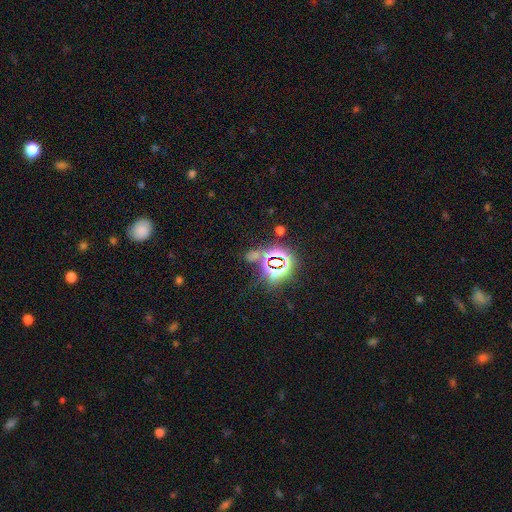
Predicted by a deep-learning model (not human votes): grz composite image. It shows a star or artifact, not a galaxy (76%).